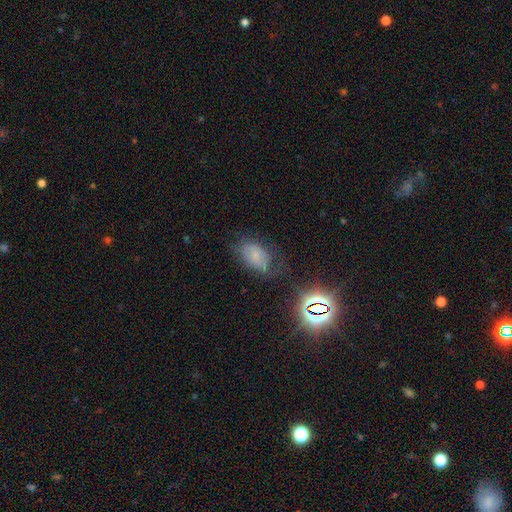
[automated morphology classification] smooth-or-featured: smooth: 50% | featured or disk: 29% | star or artifact: 21%
  merging: none: 52% | minor disturbance: 28% | major disturbance: 17% | merger: 3%